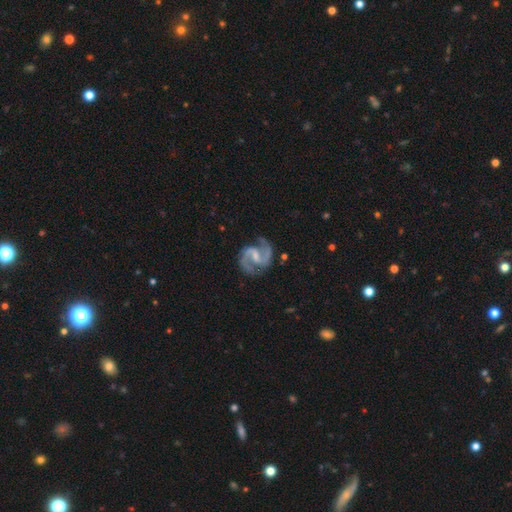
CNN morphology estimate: smooth_or_featured: featured or disk (p=0.93) [alt: star or artifact p=0.04]
disk_edge_on: no (p=0.98) [alt: yes p=0.02]
bar: weak (p=0.55) [alt: strong p=0.28]
has_spiral_arms: yes (p=0.98) [alt: no p=0.02]
spiral_winding: medium (p=0.66) [alt: tight p=0.17]
spiral_arm_count: 2 (p=0.93) [alt: 3 p=0.02]
bulge_size: small (p=0.45) [alt: moderate p=0.31]
merging: none (p=0.77) [alt: minor disturbance p=0.16]